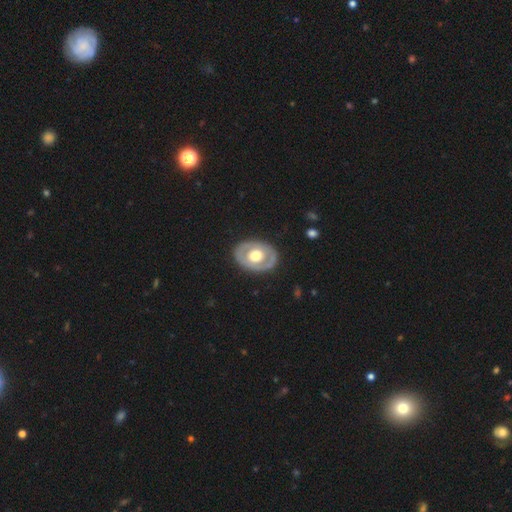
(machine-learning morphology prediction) Q: Smooth or featured?
A: featured or disk (55%); runner-up: smooth (41%)
Q: Edge-on disk?
A: no (92%); runner-up: yes (8%)
Q: Bar?
A: no (88%); runner-up: weak (9%)
Q: Spiral arms?
A: no (87%); runner-up: yes (13%)
Q: Bulge size?
A: moderate (50%); runner-up: large (44%)
Q: Merging?
A: none (83%); runner-up: minor disturbance (12%)